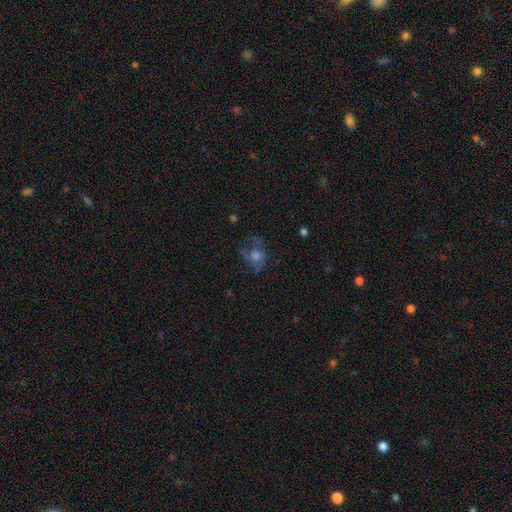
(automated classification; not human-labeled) A featured or disk galaxy (51%).

Vote fractions:
- Smooth or featured? featured or disk: 51% / smooth: 31% / star or artifact: 17%
- Edge-on disk? no: 96% / yes: 4%
- Merging? none: 51% / major disturbance: 28% / minor disturbance: 19% / merger: 2%